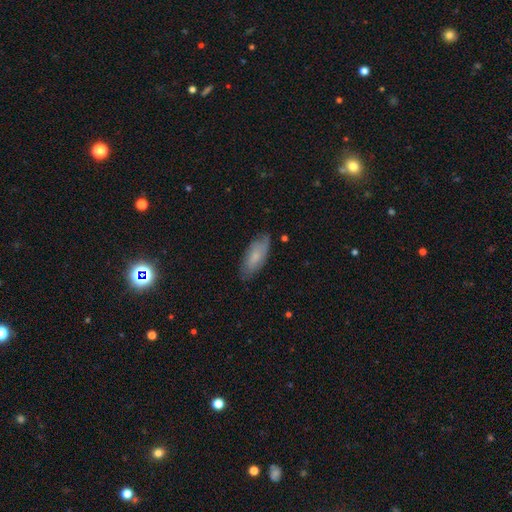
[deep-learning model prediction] This appears to be a smooth galaxy with no disk features (65%) that is in between round and cigar-shaped (79%). Merging: none (76%).